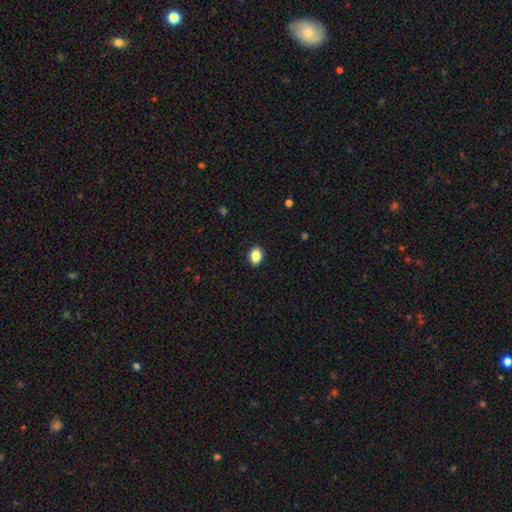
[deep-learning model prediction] smooth-or-featured: smooth: 87% | star or artifact: 8% | featured or disk: 5%
  how-rounded: in between: 68% | round: 31% | cigar-shaped: 1%
  merging: none: 90% | minor disturbance: 7% | major disturbance: 2% | merger: 1%